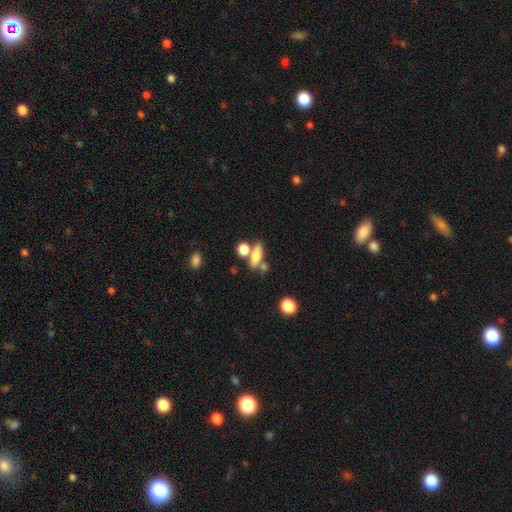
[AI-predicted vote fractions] A smooth galaxy with no disk features (66%) that is in between round and cigar-shaped (52%). Merging: none (52%).